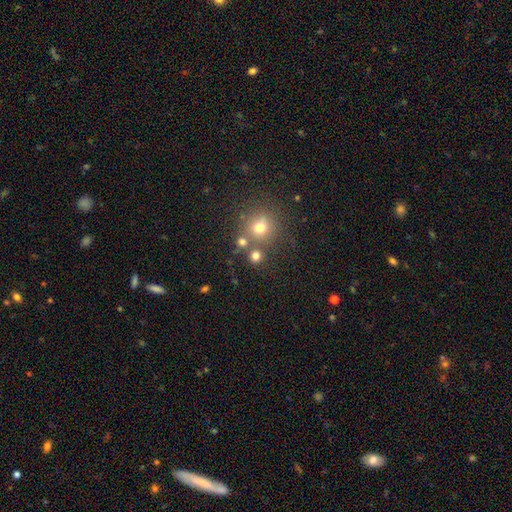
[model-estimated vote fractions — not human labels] This appears to be a smooth galaxy with no disk features (73%) that is round (90%). Merging: none (70%).